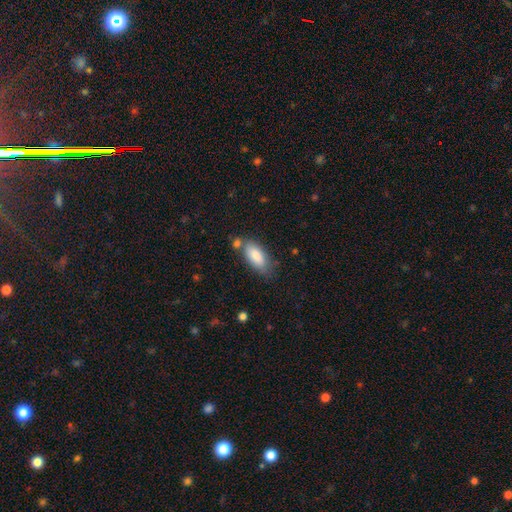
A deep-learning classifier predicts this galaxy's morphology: Smooth or featured? smooth (83%)
How rounded? in between (87%)
Merging? none (65%)